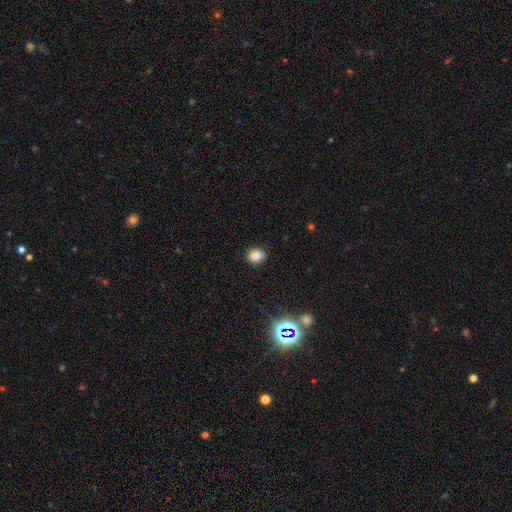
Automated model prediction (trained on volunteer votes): smooth_or_featured: smooth (p=0.84) [alt: star or artifact p=0.12]
how_rounded: in between (p=0.57) [alt: round p=0.42]
merging: none (p=0.86) [alt: minor disturbance p=0.11]